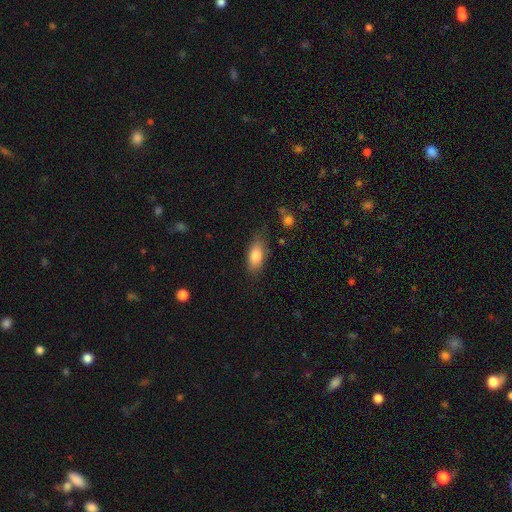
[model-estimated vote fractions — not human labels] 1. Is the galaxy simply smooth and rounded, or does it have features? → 81% smooth, 11% featured or disk, 7% star or artifact.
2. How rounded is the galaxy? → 84% in between, 12% cigar-shaped, 4% round.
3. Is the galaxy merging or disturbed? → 73% none, 19% minor disturbance, 5% major disturbance, 2% merger.